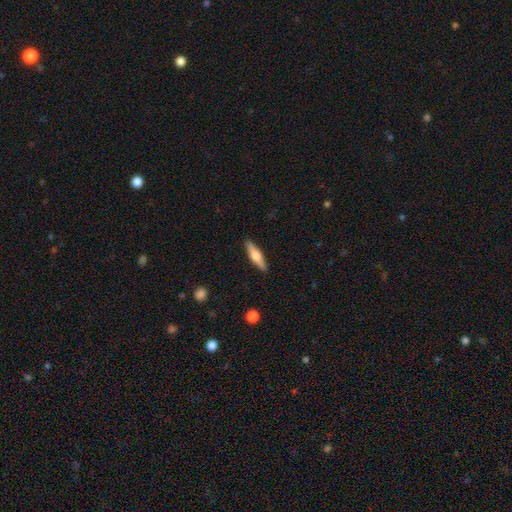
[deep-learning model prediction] This appears to be a smooth galaxy with no disk features (54%) that is cigar-shaped (74%). Merging: none (89%).